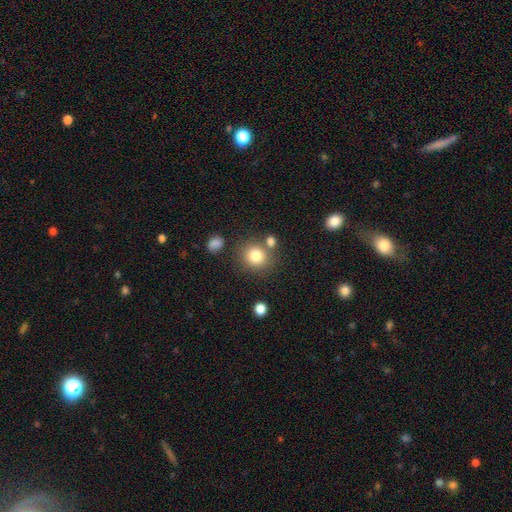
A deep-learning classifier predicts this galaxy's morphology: Smooth or featured: smooth — 80% (star or artifact — 11%)
How rounded: round — 86% (in between — 13%)
Merging: none — 73% (merger — 14%)